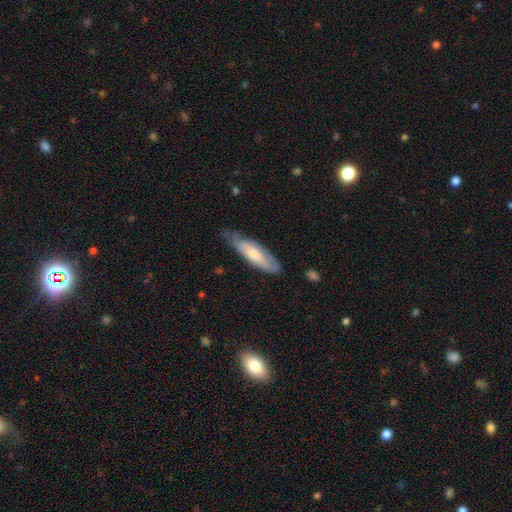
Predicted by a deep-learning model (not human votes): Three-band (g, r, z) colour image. It shows a smooth galaxy with no disk features (59%) that is cigar-shaped (57%). Merging: none (57%).